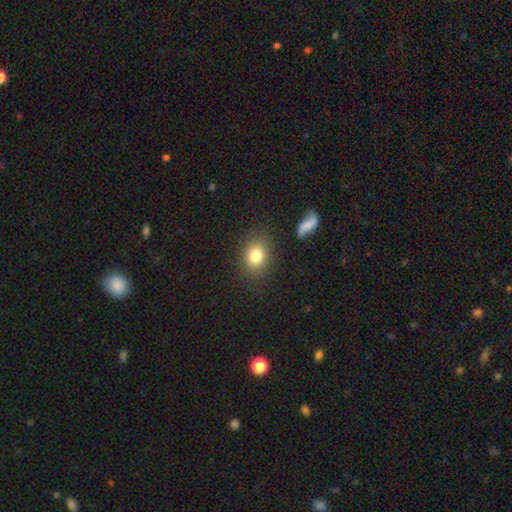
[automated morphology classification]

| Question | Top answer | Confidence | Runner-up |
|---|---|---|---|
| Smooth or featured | smooth | 81% | star or artifact (10%) |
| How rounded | round | 53% | in between (46%) |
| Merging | none | 83% | minor disturbance (11%) |